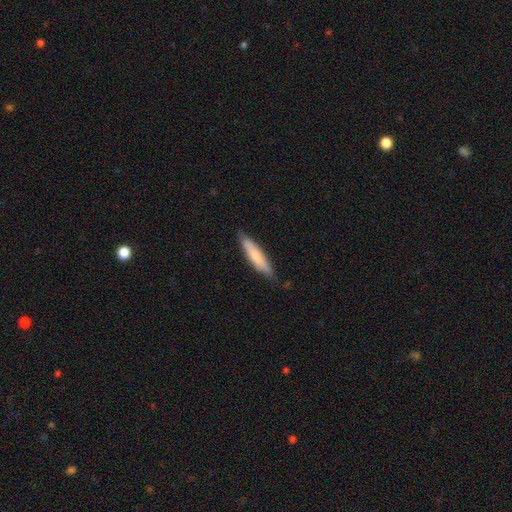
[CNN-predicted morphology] Overall: smooth (72%). How rounded: cigar-shaped (85%). Merging: none (83%).